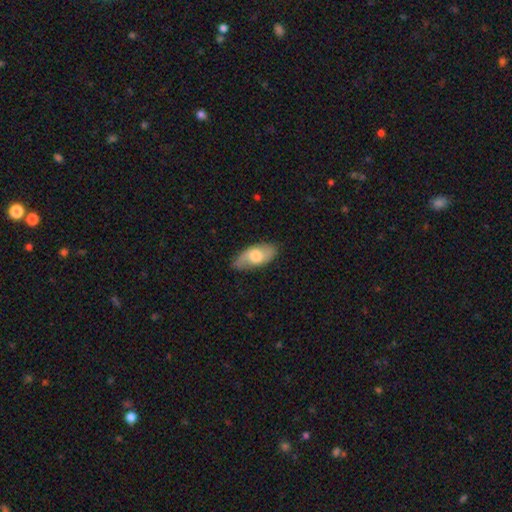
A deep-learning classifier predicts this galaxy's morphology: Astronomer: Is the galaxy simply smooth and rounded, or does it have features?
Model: smooth — 54% (runner-up: featured or disk, 40%).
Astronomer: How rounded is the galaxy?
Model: in between — 86%.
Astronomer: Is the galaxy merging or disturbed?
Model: none — 82%.